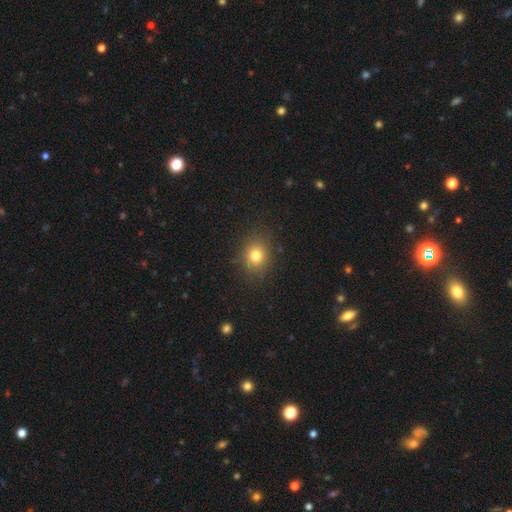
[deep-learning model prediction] smooth_or_featured: smooth (p=0.79) [alt: star or artifact p=0.13]
how_rounded: round (p=0.65) [alt: in between p=0.34]
merging: none (p=0.86) [alt: minor disturbance p=0.10]